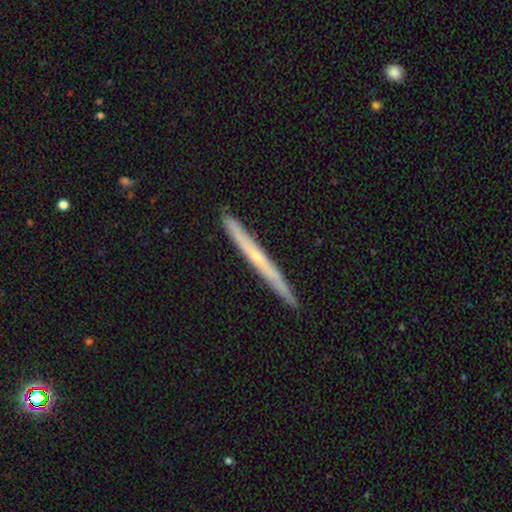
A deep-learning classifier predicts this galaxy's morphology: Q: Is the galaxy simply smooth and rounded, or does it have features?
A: featured or disk — 62%.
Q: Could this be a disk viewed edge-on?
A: yes — 96%.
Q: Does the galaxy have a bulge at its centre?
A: none — 55%.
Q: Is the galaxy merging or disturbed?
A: none — 90%.